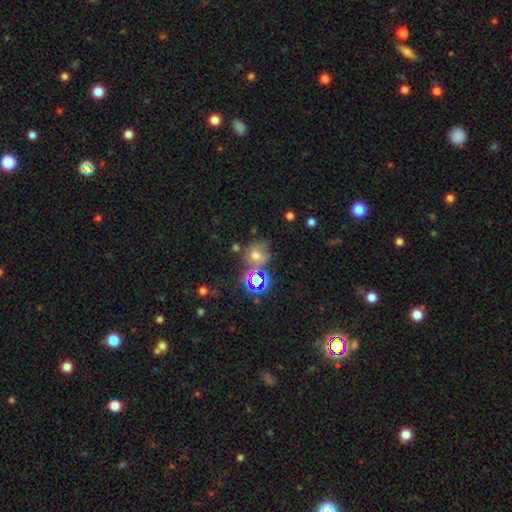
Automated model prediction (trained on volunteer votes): Q: Smooth or featured?
A: smooth (49%); runner-up: star or artifact (35%)
Q: Merging?
A: none (55%); runner-up: minor disturbance (18%)